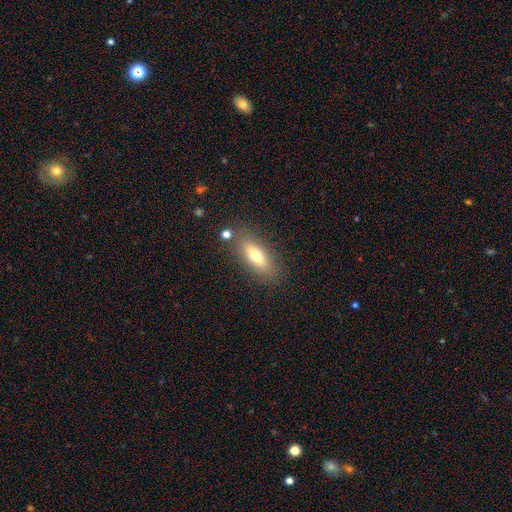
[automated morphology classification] type=smooth (68%); roundness=in between (64%); merging=none (80%).